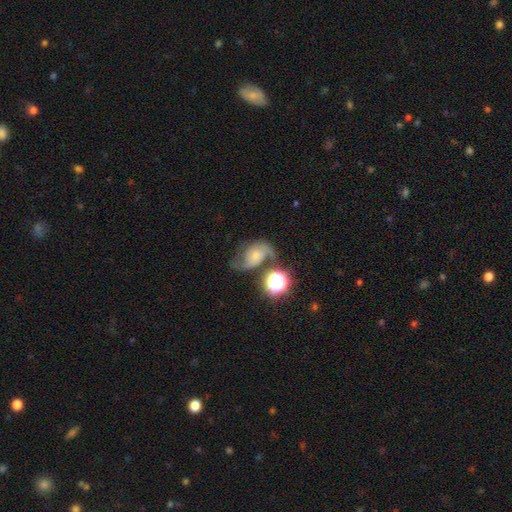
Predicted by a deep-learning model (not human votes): Smooth or featured? Predicted: featured or disk (p=0.73). Edge-on disk? Predicted: no (p=0.97). Bar? Predicted: no (p=0.66). Spiral arms? Predicted: yes (p=0.94). Spiral winding? Predicted: loose (p=0.50). Spiral arm count? Predicted: 2 (p=0.87). Bulge size? Predicted: small (p=0.47). Merging? Predicted: none (p=0.48).